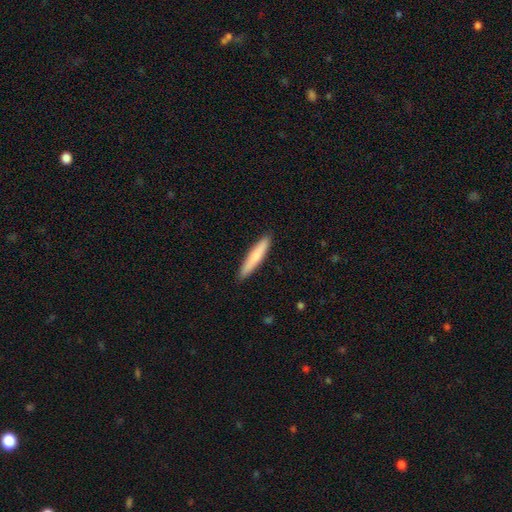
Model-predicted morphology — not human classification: Smooth or featured: smooth — 76% (featured or disk — 18%)
How rounded: cigar-shaped — 92% (in between — 6%)
Merging: none — 91% (minor disturbance — 7%)